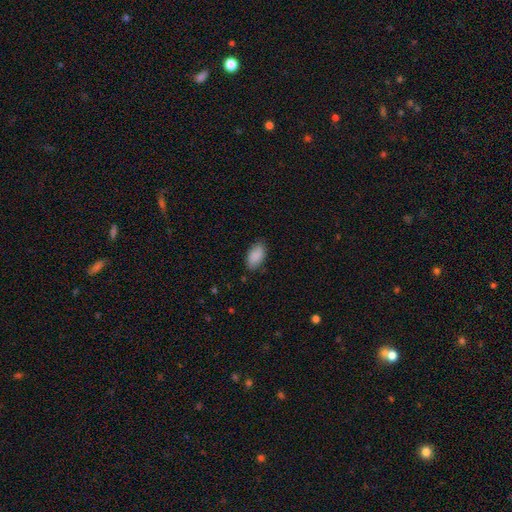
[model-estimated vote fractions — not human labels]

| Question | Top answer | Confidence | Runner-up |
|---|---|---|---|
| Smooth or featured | smooth | 89% | star or artifact (6%) |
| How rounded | in between | 94% | round (4%) |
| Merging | none | 82% | minor disturbance (14%) |